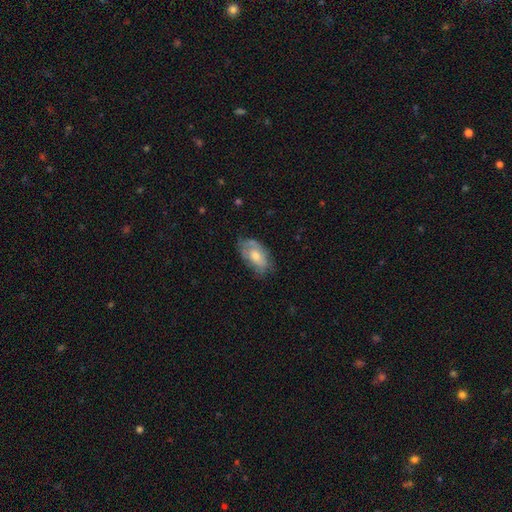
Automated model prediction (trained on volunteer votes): Smooth or featured: smooth — 48% (featured or disk — 44%)
Merging: none — 60% (minor disturbance — 29%)